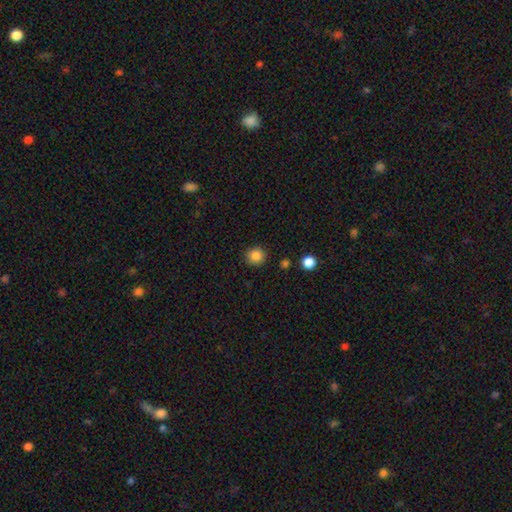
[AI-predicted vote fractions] Smooth or featured? smooth (86%)
How rounded? round (91%)
Merging? none (90%)